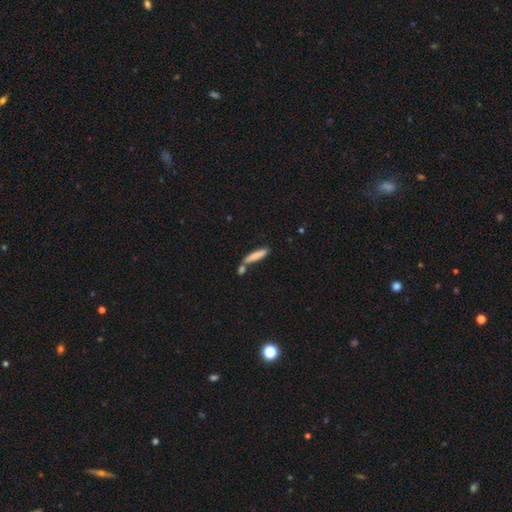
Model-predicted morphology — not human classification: smooth_or_featured: smooth (p=0.79) [alt: featured or disk p=0.14]
how_rounded: cigar-shaped (p=0.87) [alt: in between p=0.12]
merging: none (p=0.60) [alt: merger p=0.24]